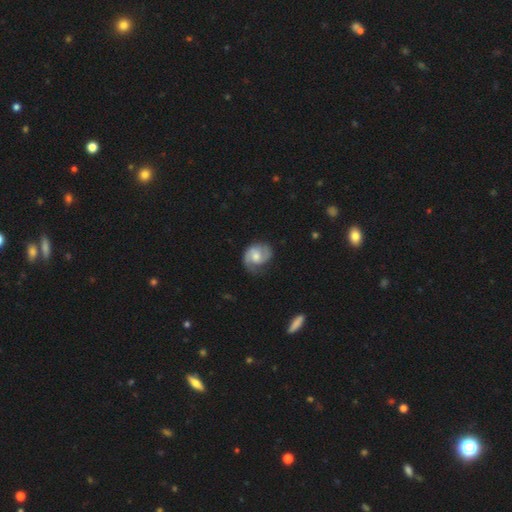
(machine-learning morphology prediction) Q: Smooth or featured?
A: featured or disk (71%); runner-up: smooth (23%)
Q: Edge-on disk?
A: no (98%); runner-up: yes (2%)
Q: Bar?
A: no (55%); runner-up: weak (39%)
Q: Spiral arms?
A: yes (93%); runner-up: no (7%)
Q: Spiral winding?
A: medium (45%); runner-up: tight (36%)
Q: Spiral arm count?
A: 2 (74%); runner-up: 1 (14%)
Q: Bulge size?
A: moderate (59%); runner-up: small (26%)
Q: Merging?
A: none (64%); runner-up: minor disturbance (24%)